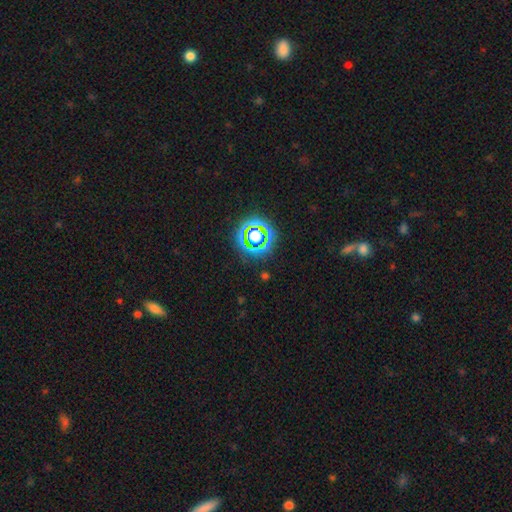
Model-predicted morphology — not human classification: A star or artifact, not a galaxy (62%).